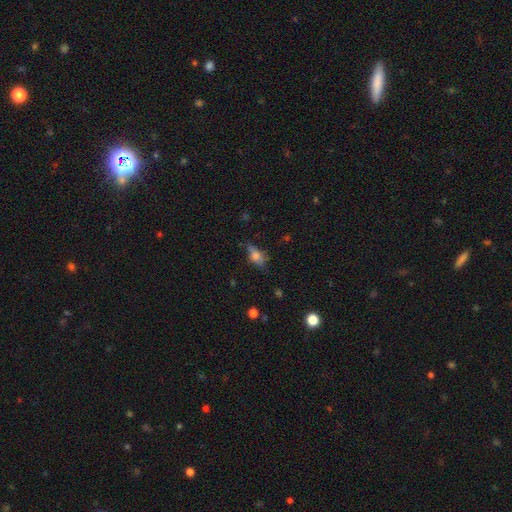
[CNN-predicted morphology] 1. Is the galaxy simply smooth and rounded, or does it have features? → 64% smooth, 24% featured or disk, 12% star or artifact.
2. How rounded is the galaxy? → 79% in between, 12% cigar-shaped, 8% round.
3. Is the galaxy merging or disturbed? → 52% none, 32% minor disturbance, 13% major disturbance, 3% merger.